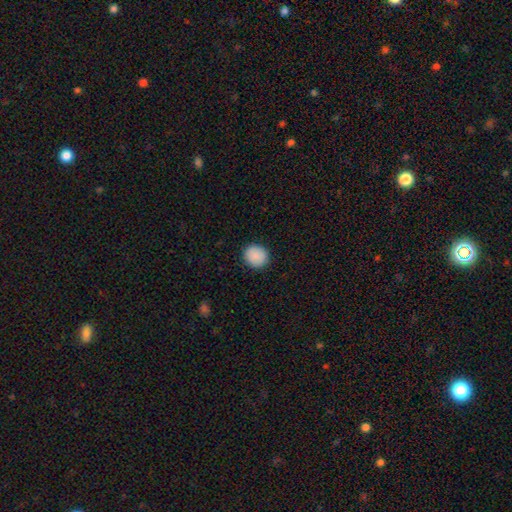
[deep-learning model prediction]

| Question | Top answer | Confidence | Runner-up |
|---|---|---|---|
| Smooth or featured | smooth | 89% | star or artifact (7%) |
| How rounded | round | 87% | in between (12%) |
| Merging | none | 91% | minor disturbance (6%) |